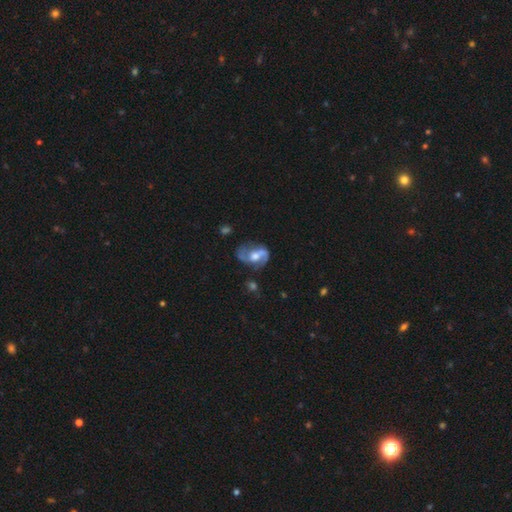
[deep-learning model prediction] The model was most divided on "spiral winding": loose: 45%, medium: 43%, tight: 12%. Remaining: edge-on disk — no (97%); spiral arms — yes (84%); spiral arm count — 2 (83%); smooth or featured — featured or disk (75%); bulge size — moderate (59%); merging — none (52%); bar — no (46%).